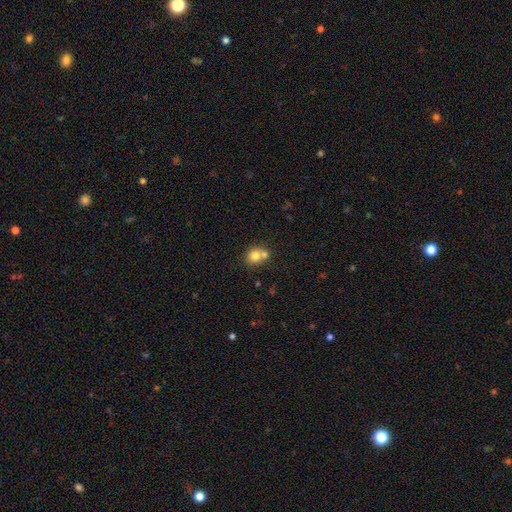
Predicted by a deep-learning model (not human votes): Q: Smooth or featured?
A: smooth (76%); runner-up: featured or disk (13%)
Q: How rounded?
A: round (76%); runner-up: in between (23%)
Q: Merging?
A: merger (46%); runner-up: none (43%)